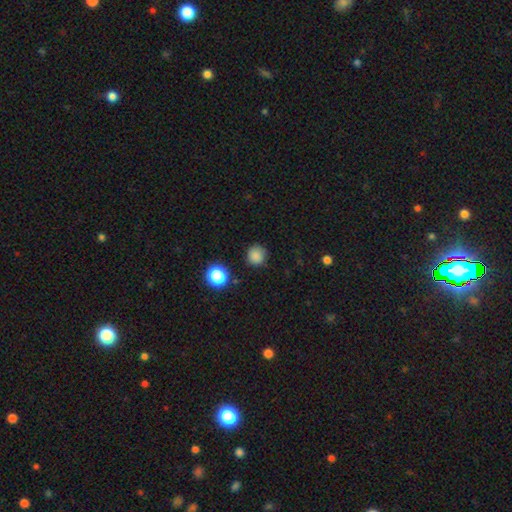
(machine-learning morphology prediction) Smooth or featured: smooth — 83% (star or artifact — 13%)
How rounded: round — 92% (in between — 7%)
Merging: none — 84% (minor disturbance — 11%)